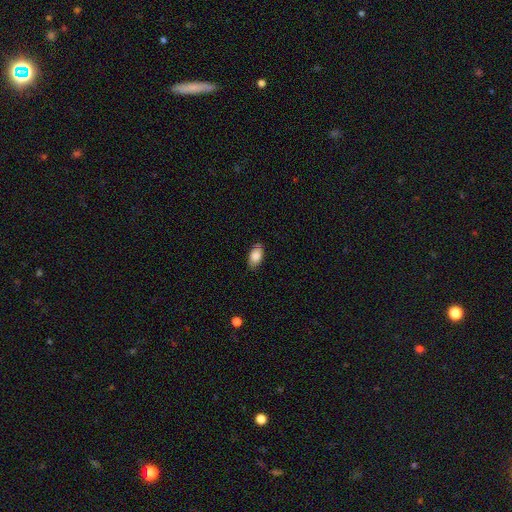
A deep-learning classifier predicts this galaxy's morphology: Smooth or featured?
  - smooth: 85% *
  - featured or disk: 8%
  - star or artifact: 7%
How rounded?
  - in between: 92% *
  - round: 5%
  - cigar-shaped: 3%
Merging?
  - none: 82% *
  - minor disturbance: 15%
  - major disturbance: 3%
  - merger: 1%